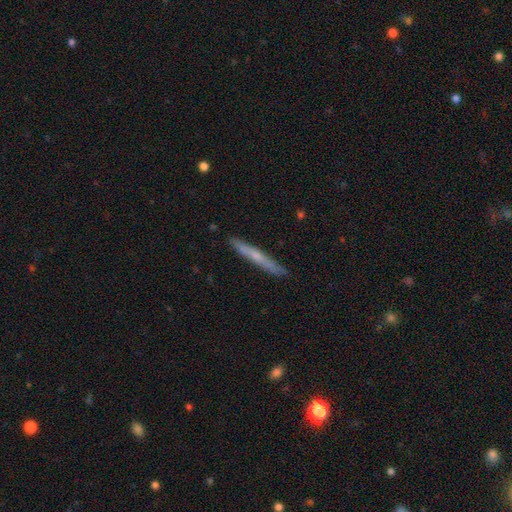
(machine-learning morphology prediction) type=smooth (47%, tied with featured or disk); merging=none (89%).